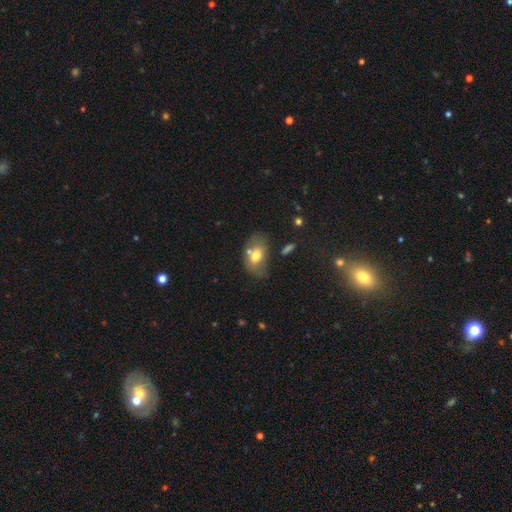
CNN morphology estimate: Smooth or featured: smooth — 65% (featured or disk — 26%)
How rounded: in between — 86% (round — 13%)
Merging: none — 54% (minor disturbance — 21%)